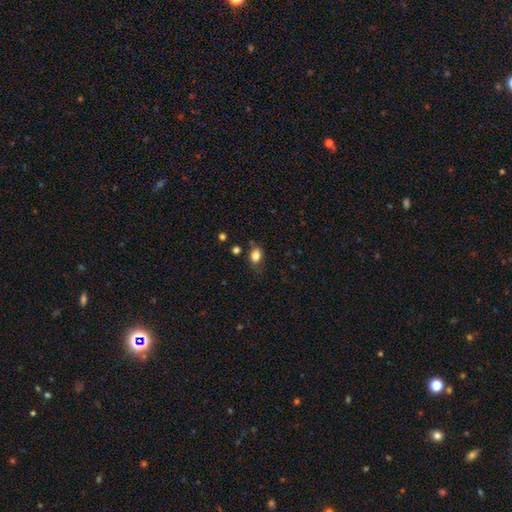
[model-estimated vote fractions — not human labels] Smooth or featured: smooth — 82% (star or artifact — 11%)
How rounded: in between — 57% (round — 42%)
Merging: none — 64% (minor disturbance — 24%)